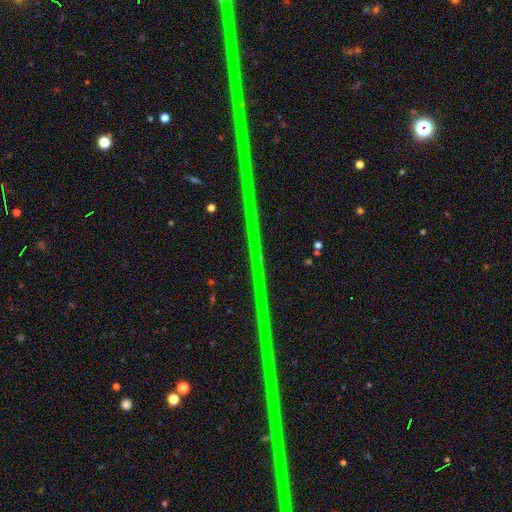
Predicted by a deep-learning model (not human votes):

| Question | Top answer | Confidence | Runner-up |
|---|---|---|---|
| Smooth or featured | star or artifact | 90% | featured or disk (7%) |